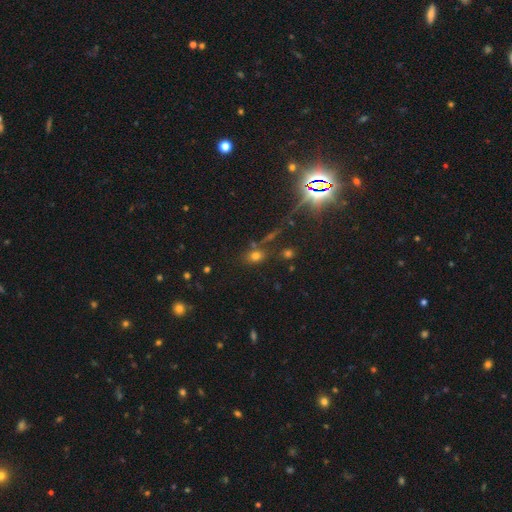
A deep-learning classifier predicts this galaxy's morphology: A smooth galaxy with no disk features (67%) that is in between round and cigar-shaped (65%).

Vote fractions:
- Smooth or featured? smooth: 67% / star or artifact: 23% / featured or disk: 10%
- How rounded? in between: 65% / round: 32% / cigar-shaped: 3%
- Merging? none: 68% / merger: 13% / minor disturbance: 13% / major disturbance: 5%